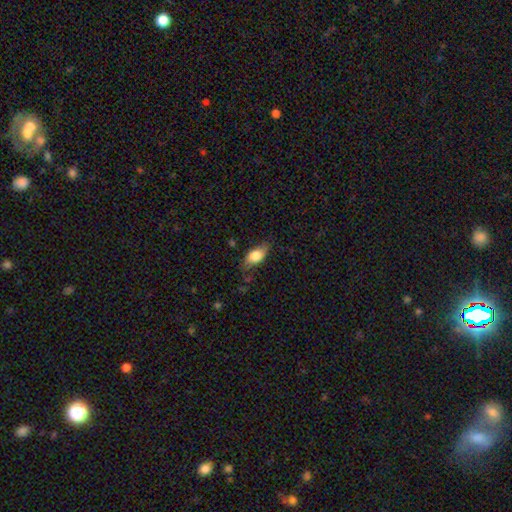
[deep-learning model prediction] A smooth galaxy with no disk features (75%) that is in between round and cigar-shaped (86%).

Vote fractions:
- Smooth or featured? smooth: 75% / featured or disk: 18% / star or artifact: 7%
- How rounded? in between: 86% / cigar-shaped: 8% / round: 6%
- Merging? none: 70% / minor disturbance: 23% / major disturbance: 6% / merger: 2%